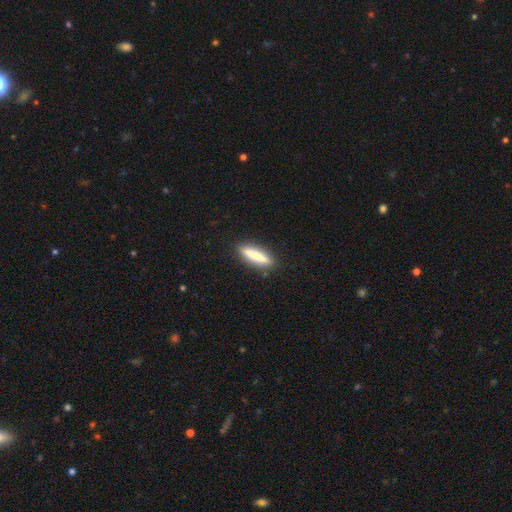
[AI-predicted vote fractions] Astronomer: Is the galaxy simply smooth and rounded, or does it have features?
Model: smooth — 71%.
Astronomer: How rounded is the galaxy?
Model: cigar-shaped — 80%.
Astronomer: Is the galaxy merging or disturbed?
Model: none — 89%.